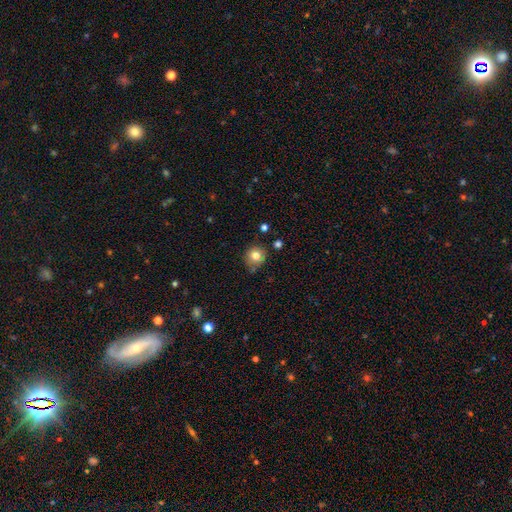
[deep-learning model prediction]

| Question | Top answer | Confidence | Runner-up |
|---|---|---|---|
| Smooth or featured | smooth | 80% | star or artifact (11%) |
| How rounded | round | 90% | in between (9%) |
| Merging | none | 79% | minor disturbance (14%) |